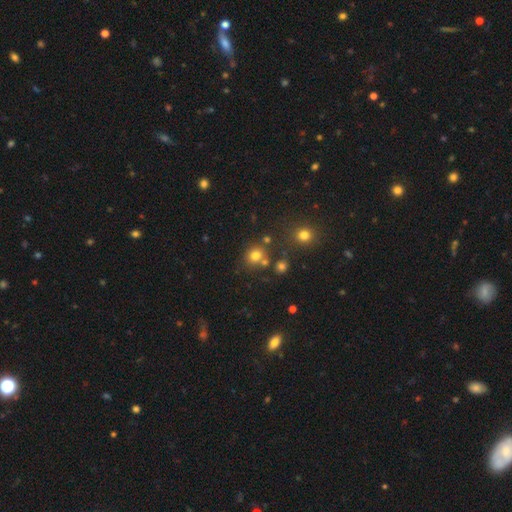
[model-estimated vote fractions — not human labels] Smooth or featured? smooth (75%)
How rounded? round (82%)
Merging? none (67%)